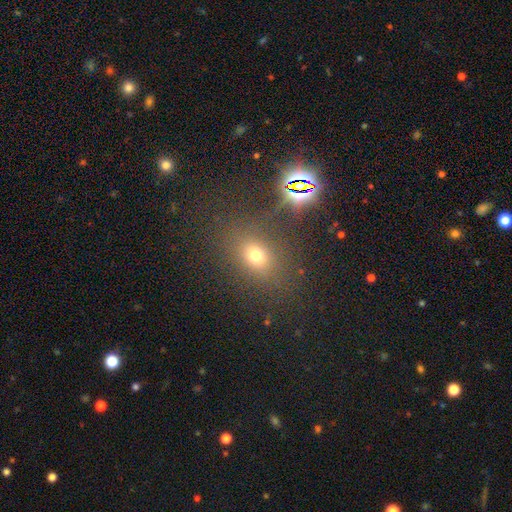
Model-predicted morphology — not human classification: Smooth or featured? smooth (63%)
How rounded? in between (54%)
Merging? none (79%)